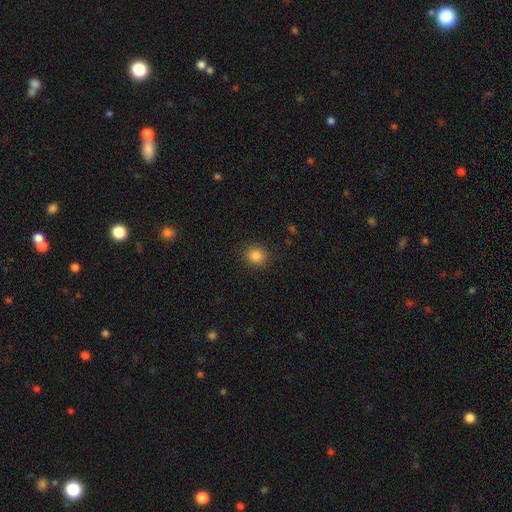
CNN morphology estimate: smooth-or-featured: smooth: 85% | star or artifact: 11% | featured or disk: 3%
  how-rounded: round: 80% | in between: 19% | cigar-shaped: 1%
  merging: none: 89% | minor disturbance: 7% | major disturbance: 3% | merger: 1%